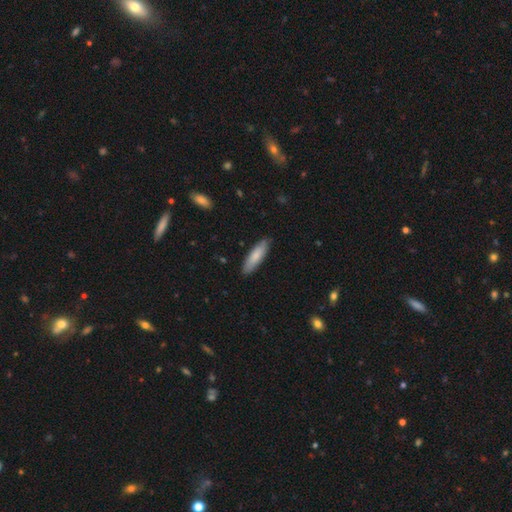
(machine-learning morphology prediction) The model was most divided on "how rounded": cigar-shaped: 62%, in between: 36%, round: 1%. More confident: merging — none (87%); smooth or featured — smooth (81%).